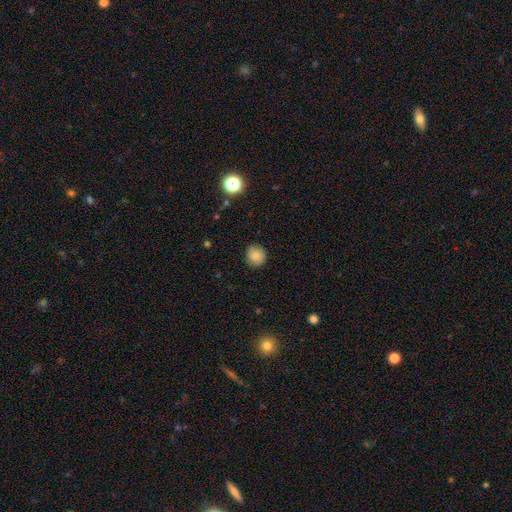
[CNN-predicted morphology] Q: Smooth or featured?
A: smooth (82%); runner-up: star or artifact (10%)
Q: How rounded?
A: round (88%); runner-up: in between (11%)
Q: Merging?
A: none (86%); runner-up: minor disturbance (11%)